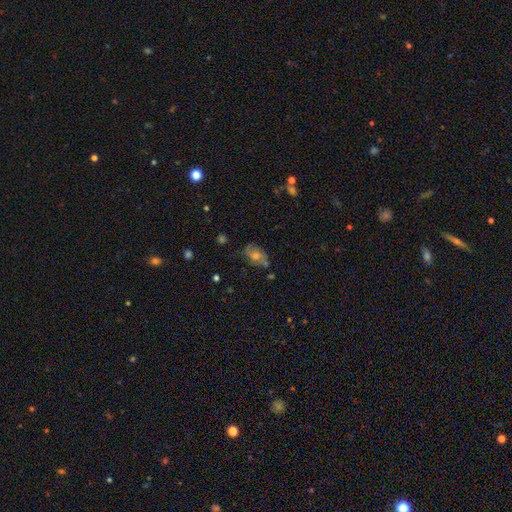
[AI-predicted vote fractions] smooth 41%, featured or disk 40%, star or artifact 19%. Down the decision tree: merging — none (63%).